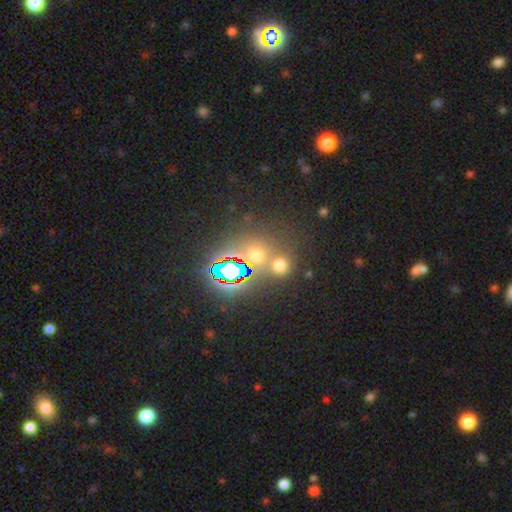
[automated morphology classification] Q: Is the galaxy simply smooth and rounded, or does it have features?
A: star or artifact — 47%.